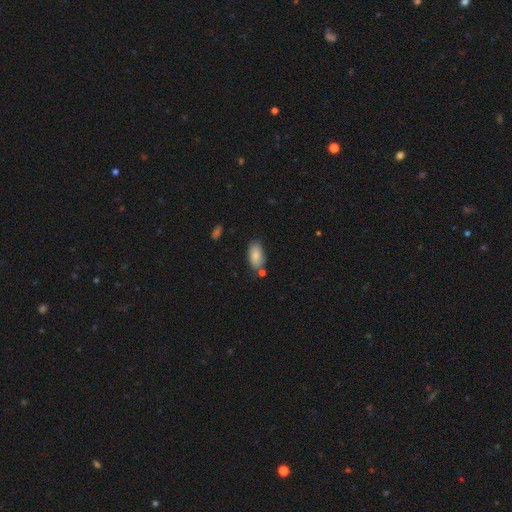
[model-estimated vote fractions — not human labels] A smooth galaxy with no disk features (84%) that is in between round and cigar-shaped (93%).

Vote fractions:
- Smooth or featured? smooth: 84% / featured or disk: 9% / star or artifact: 7%
- How rounded? in between: 93% / cigar-shaped: 4% / round: 3%
- Merging? none: 73% / minor disturbance: 17% / merger: 7% / major disturbance: 3%